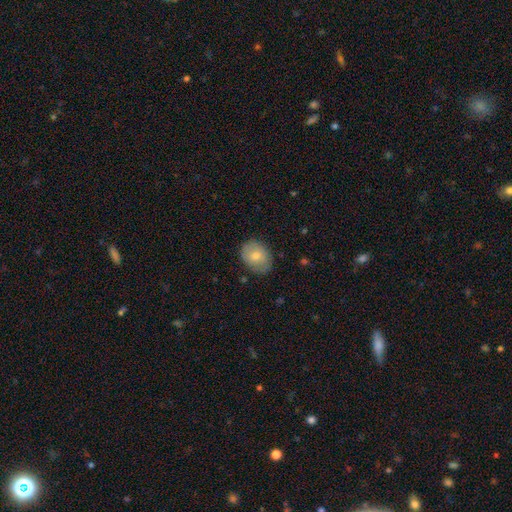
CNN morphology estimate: Smooth or featured: smooth — 72% (featured or disk — 21%)
How rounded: in between — 59% (round — 40%)
Merging: none — 79% (minor disturbance — 17%)